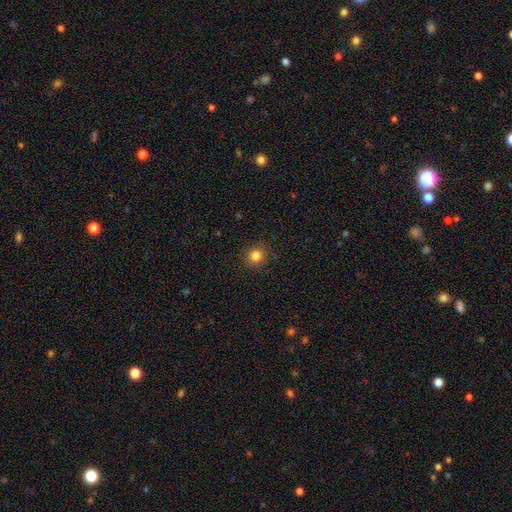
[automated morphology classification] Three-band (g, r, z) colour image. It shows a smooth galaxy with no disk features (83%) that is round (88%). Merging: none (89%).